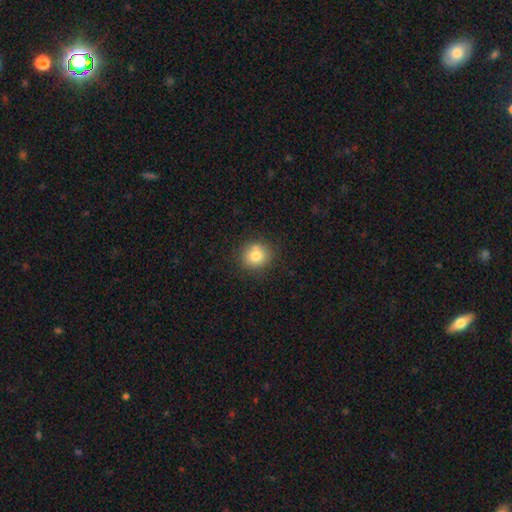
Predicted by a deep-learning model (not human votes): The model was most divided on "merging": none: 73%, minor disturbance: 14%, merger: 9%, major disturbance: 3%. More confident: how rounded — round (85%); smooth or featured — smooth (78%).